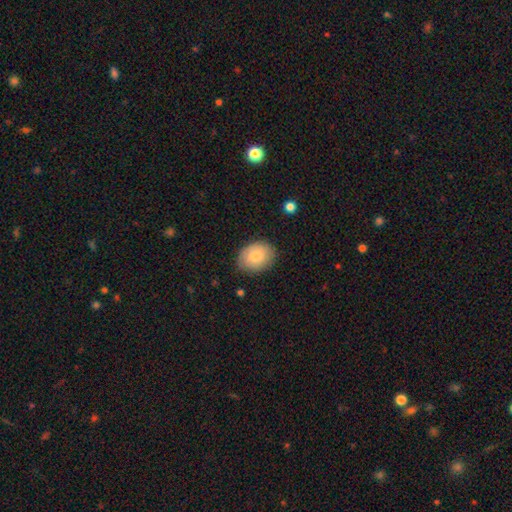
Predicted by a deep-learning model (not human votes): A smooth galaxy with no disk features (80%) that is in between round and cigar-shaped (63%). Merging: none (84%).